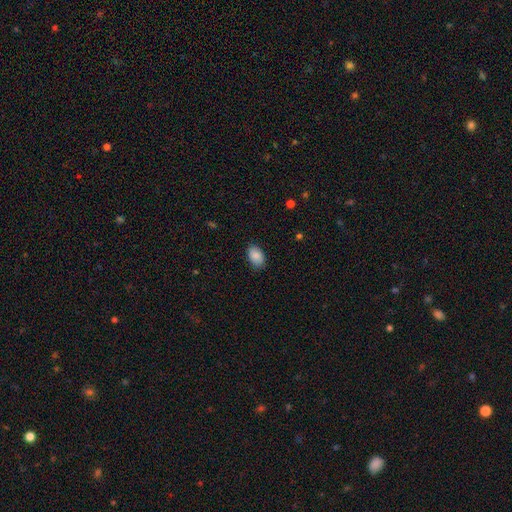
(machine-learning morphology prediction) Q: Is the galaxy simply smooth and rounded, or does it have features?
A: smooth — 88%.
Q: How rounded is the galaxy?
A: in between — 91%.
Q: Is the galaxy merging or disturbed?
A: none — 84%.